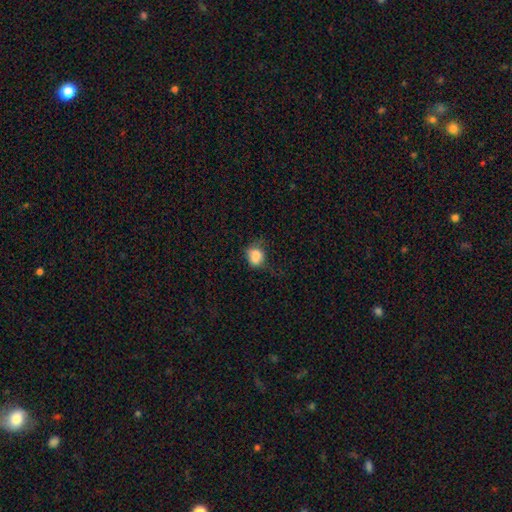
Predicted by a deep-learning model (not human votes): Smooth or featured? Predicted: smooth (p=0.82). How rounded? Predicted: round (p=0.51). Merging? Predicted: none (p=0.44).